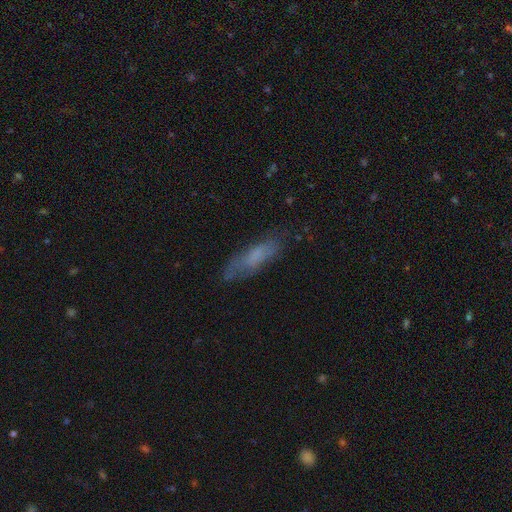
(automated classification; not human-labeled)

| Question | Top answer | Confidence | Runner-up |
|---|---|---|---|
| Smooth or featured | smooth | 62% | featured or disk (29%) |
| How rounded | cigar-shaped | 59% | in between (39%) |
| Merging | none | 68% | minor disturbance (22%) |